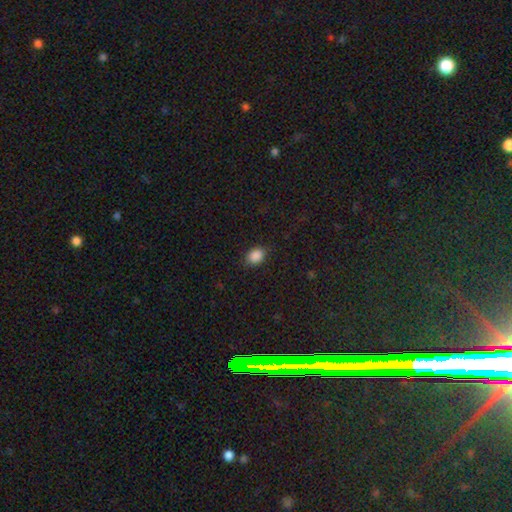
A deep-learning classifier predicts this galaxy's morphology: Overall: smooth (88%). How rounded: in between (64%; round 35%). Merging: none (85%).